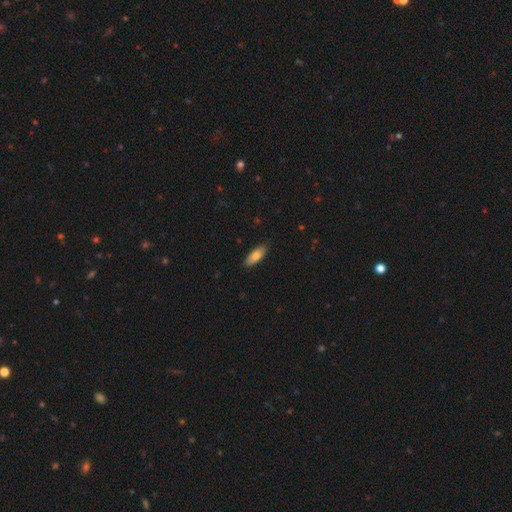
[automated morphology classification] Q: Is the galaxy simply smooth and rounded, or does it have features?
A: smooth — 78%.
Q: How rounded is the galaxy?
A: in between — 73%.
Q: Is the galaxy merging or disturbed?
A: none — 88%.